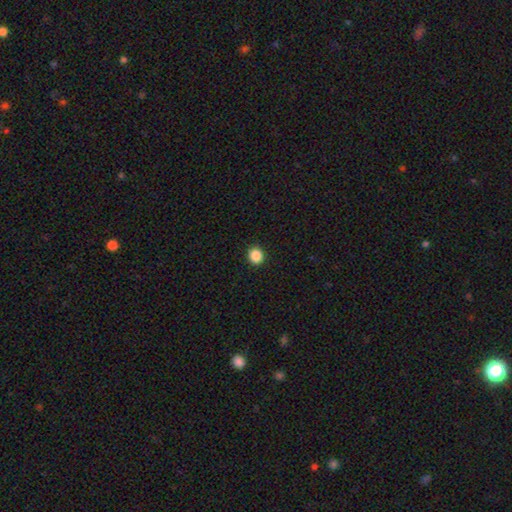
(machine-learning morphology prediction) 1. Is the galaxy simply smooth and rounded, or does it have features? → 87% smooth, 11% star or artifact, 3% featured or disk.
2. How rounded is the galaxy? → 87% round, 12% in between, 1% cigar-shaped.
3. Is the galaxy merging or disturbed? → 93% none, 4% minor disturbance, 2% major disturbance, 1% merger.